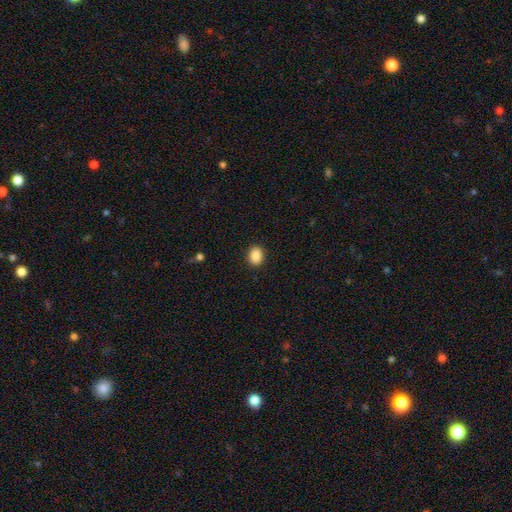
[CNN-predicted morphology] Smooth or featured: smooth — 88% (star or artifact — 9%)
How rounded: in between — 53% (round — 46%)
Merging: none — 90% (minor disturbance — 7%)